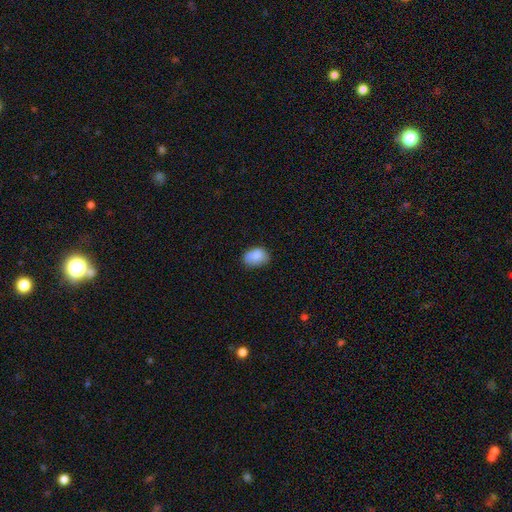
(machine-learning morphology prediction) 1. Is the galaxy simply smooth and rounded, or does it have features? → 87% smooth, 8% star or artifact, 5% featured or disk.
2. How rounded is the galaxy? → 80% in between, 19% round, 1% cigar-shaped.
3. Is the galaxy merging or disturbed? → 72% none, 23% minor disturbance, 4% major disturbance, 1% merger.